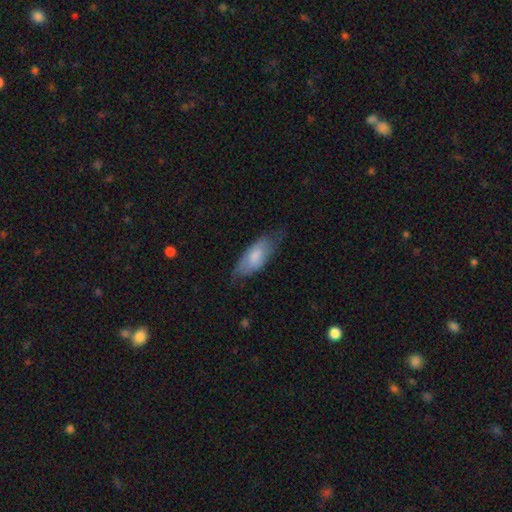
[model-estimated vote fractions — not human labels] Q: Smooth or featured?
A: smooth (69%); runner-up: featured or disk (25%)
Q: How rounded?
A: in between (77%); runner-up: cigar-shaped (21%)
Q: Merging?
A: none (62%); runner-up: minor disturbance (29%)